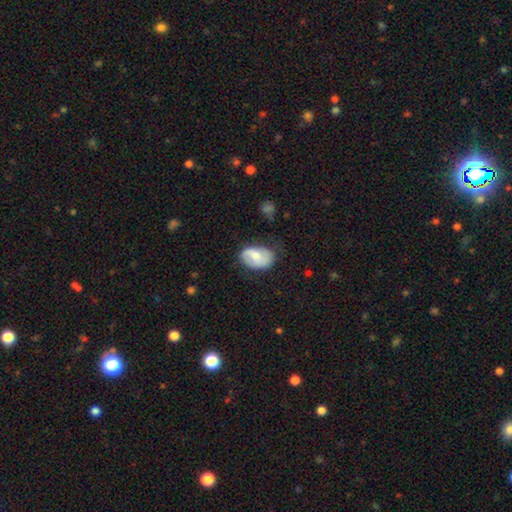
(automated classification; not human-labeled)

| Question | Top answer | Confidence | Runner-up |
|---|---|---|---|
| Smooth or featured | smooth | 52% | featured or disk (41%) |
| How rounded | in between | 86% | round (13%) |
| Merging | none | 61% | minor disturbance (29%) |